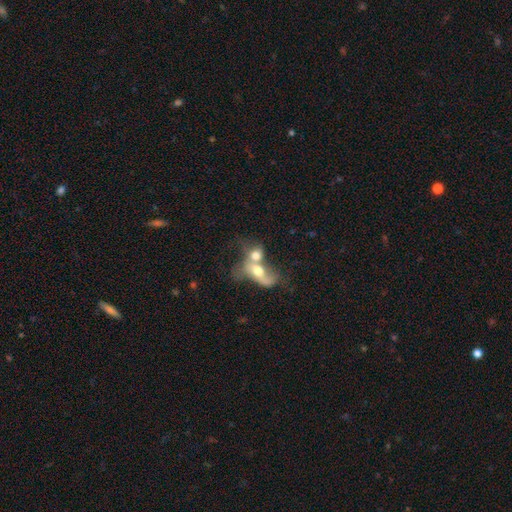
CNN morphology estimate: smooth 56%, featured or disk 35%, star or artifact 9%. Down the decision tree: how rounded — in between (68%); merging — merger (80%).